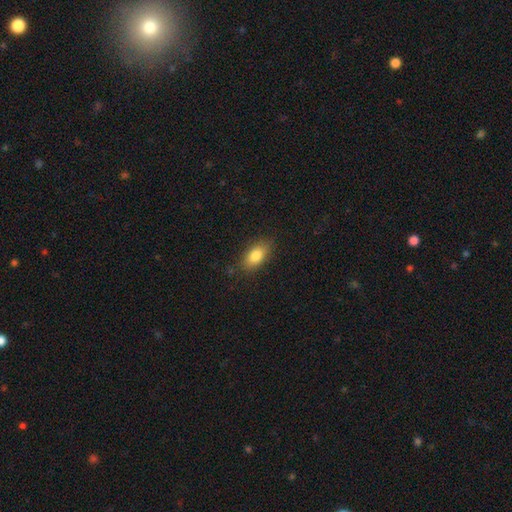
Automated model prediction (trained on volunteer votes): Smooth or featured?
  - smooth: 82% *
  - featured or disk: 10%
  - star or artifact: 8%
How rounded?
  - in between: 87% *
  - cigar-shaped: 7%
  - round: 6%
Merging?
  - none: 83% *
  - minor disturbance: 13%
  - major disturbance: 3%
  - merger: 1%